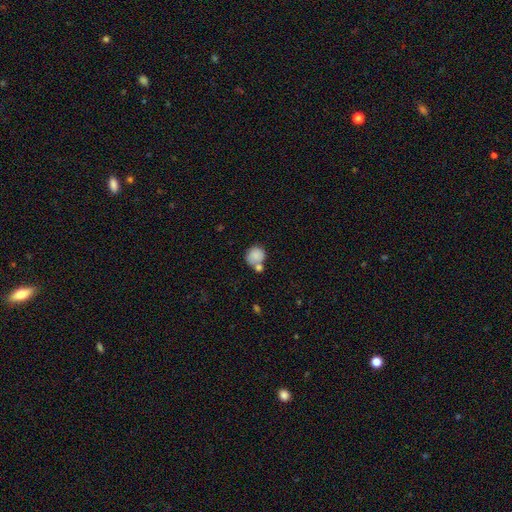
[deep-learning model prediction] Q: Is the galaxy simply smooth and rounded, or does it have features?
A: smooth — 83%.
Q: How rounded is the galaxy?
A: round — 86%.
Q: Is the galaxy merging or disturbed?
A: none — 48%.